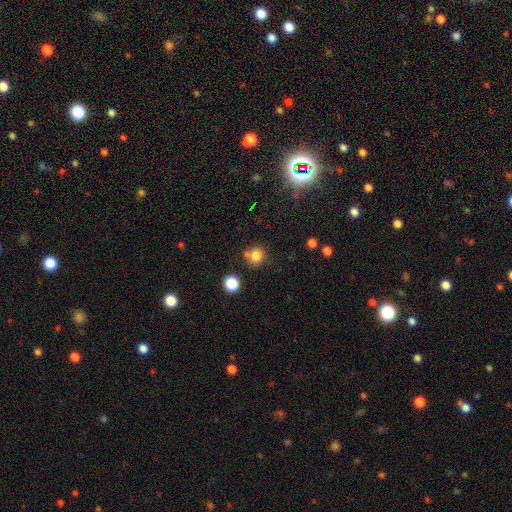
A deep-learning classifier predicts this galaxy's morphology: This is likely a smooth galaxy (80%). How rounded: clearly round (85%). Merging: likely none (66%).